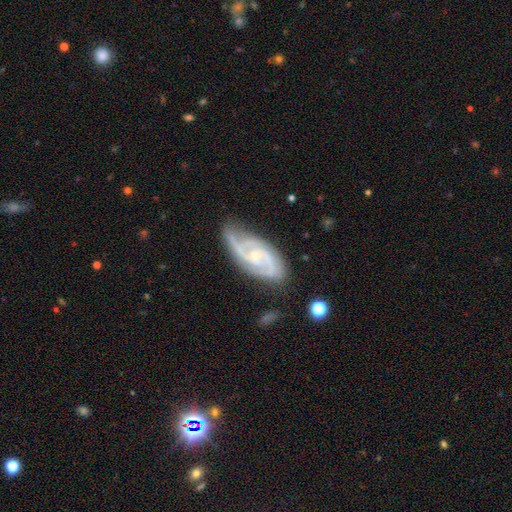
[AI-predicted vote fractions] Smooth or featured? Predicted: featured or disk (p=0.88). Edge-on disk? Predicted: no (p=0.95). Bar? Predicted: no (p=0.55). Spiral arms? Predicted: yes (p=0.98). Spiral winding? Predicted: tight (p=0.46). Spiral arm count? Predicted: 2 (p=0.57). Bulge size? Predicted: small (p=0.68). Merging? Predicted: none (p=0.67).